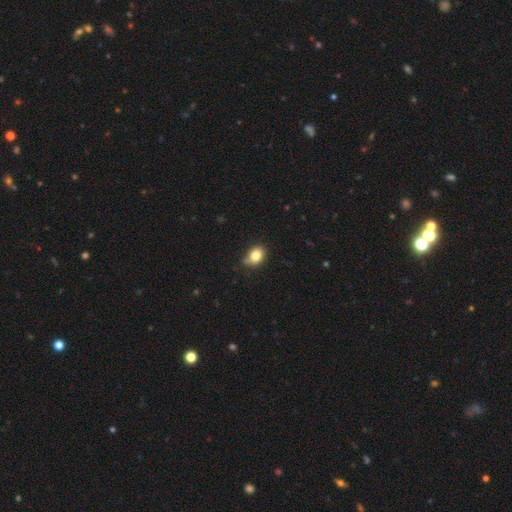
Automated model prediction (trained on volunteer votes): Q: Smooth or featured?
A: smooth (82%); runner-up: star or artifact (10%)
Q: How rounded?
A: in between (60%); runner-up: round (39%)
Q: Merging?
A: none (72%); runner-up: minor disturbance (21%)